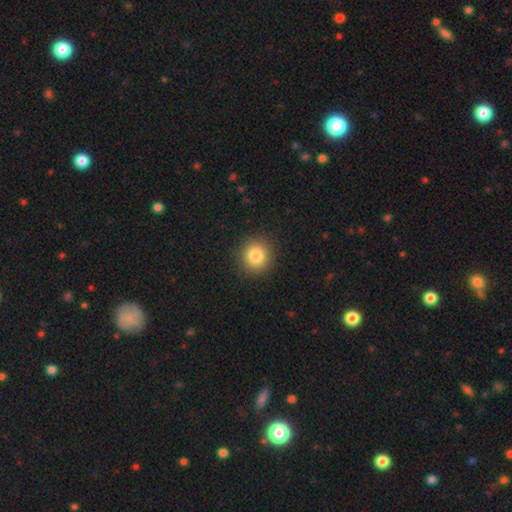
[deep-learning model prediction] A smooth galaxy with no disk features (84%) that is round (91%). Merging: none (91%).